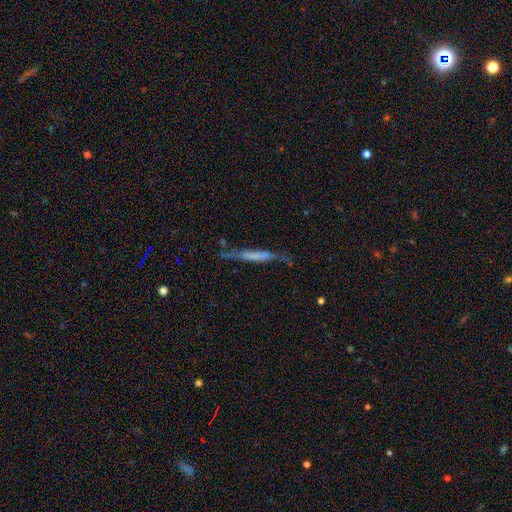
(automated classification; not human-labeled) A featured or disk galaxy (51%) viewed edge-on (79%). Merging: none (53%).